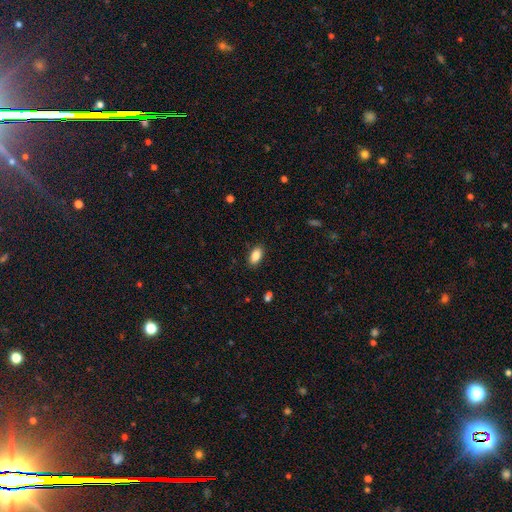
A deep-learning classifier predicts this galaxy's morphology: smooth-or-featured: smooth: 86% | star or artifact: 8% | featured or disk: 6%
  how-rounded: in between: 92% | round: 5% | cigar-shaped: 3%
  merging: none: 88% | minor disturbance: 9% | major disturbance: 2% | merger: 1%